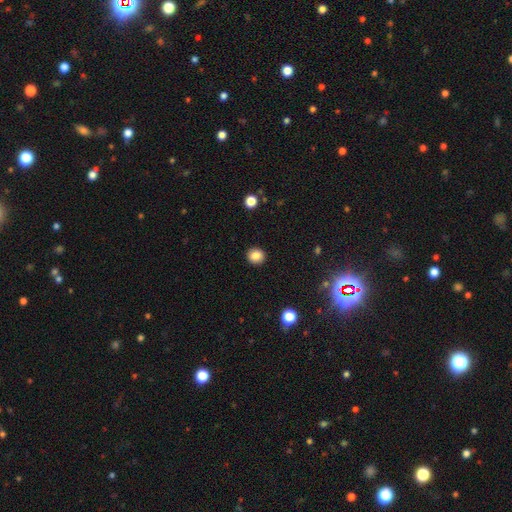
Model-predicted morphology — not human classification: This appears to be a smooth galaxy with no disk features (85%) that is round (85%). Merging: none (92%).